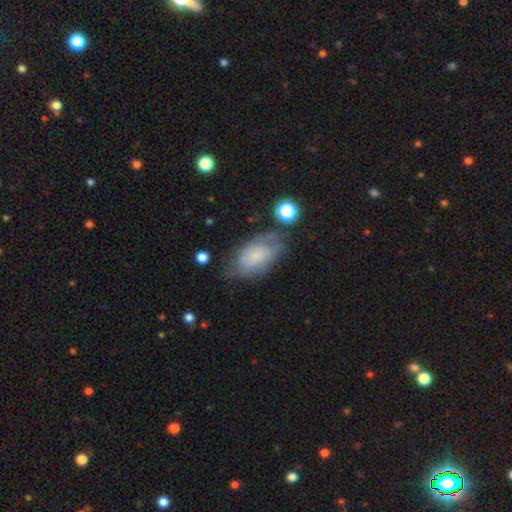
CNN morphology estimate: A featured or disk galaxy (47%). Merging: none (58%).